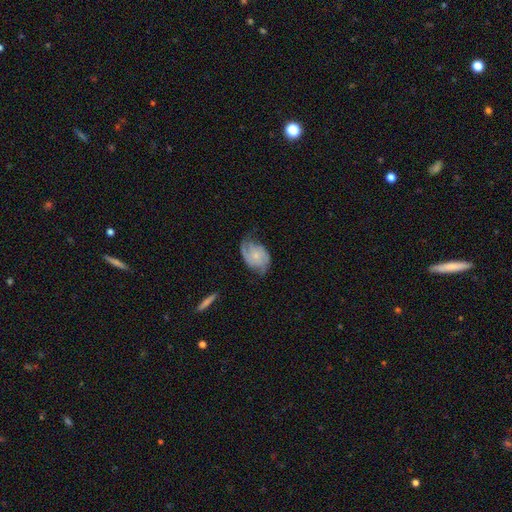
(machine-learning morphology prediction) Q: Smooth or featured?
A: featured or disk (71%); runner-up: smooth (23%)
Q: Edge-on disk?
A: no (97%); runner-up: yes (3%)
Q: Bar?
A: no (74%); runner-up: weak (22%)
Q: Spiral arms?
A: yes (92%); runner-up: no (8%)
Q: Spiral winding?
A: medium (43%); runner-up: tight (30%)
Q: Spiral arm count?
A: 2 (64%); runner-up: can't tell (15%)
Q: Bulge size?
A: small (67%); runner-up: moderate (21%)
Q: Merging?
A: none (56%); runner-up: minor disturbance (28%)